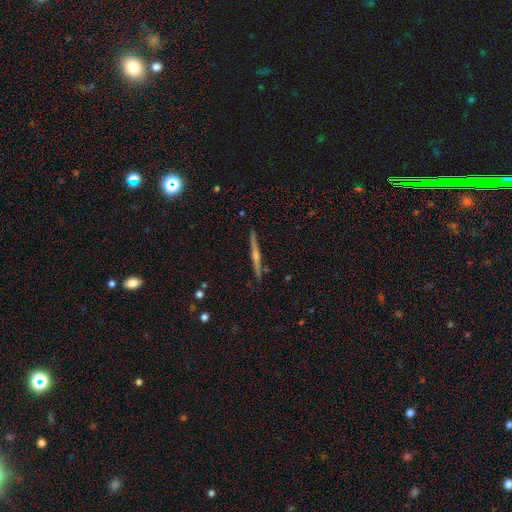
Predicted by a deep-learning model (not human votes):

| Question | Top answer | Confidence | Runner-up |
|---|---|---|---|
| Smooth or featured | featured or disk | 62% | smooth (22%) |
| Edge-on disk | yes | 92% | no (8%) |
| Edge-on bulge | rounded | 65% | none (25%) |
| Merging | none | 85% | minor disturbance (9%) |